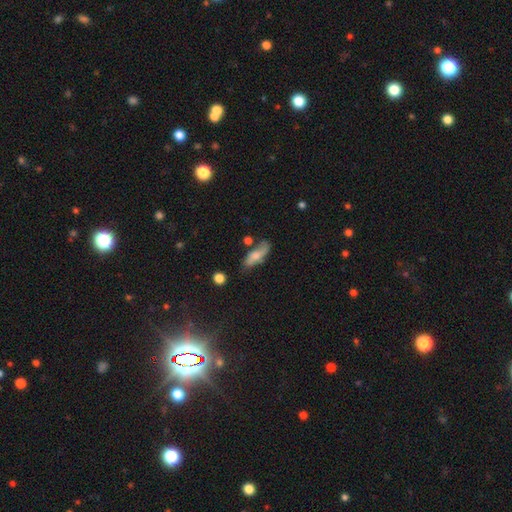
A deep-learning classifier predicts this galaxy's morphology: Smooth or featured? Predicted: smooth (p=0.54). How rounded? Predicted: in between (p=0.59). Merging? Predicted: none (p=0.53).